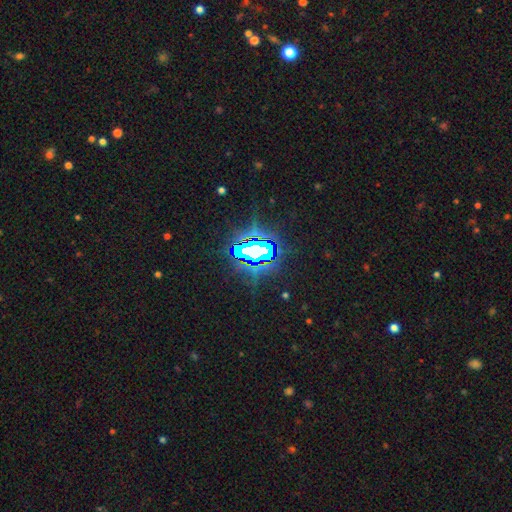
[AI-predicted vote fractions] A star or artifact, not a galaxy (81%).